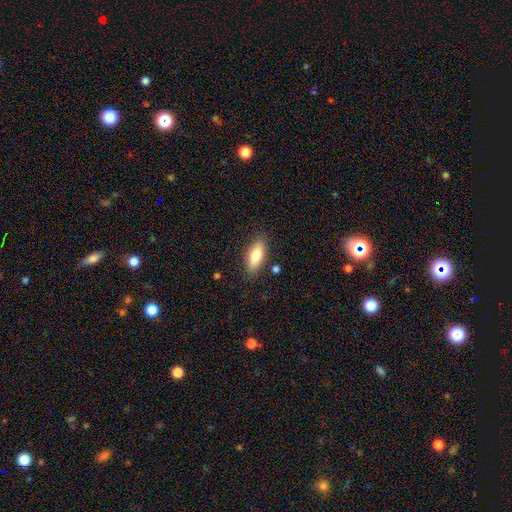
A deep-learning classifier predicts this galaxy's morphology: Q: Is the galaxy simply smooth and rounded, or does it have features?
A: smooth — 79%.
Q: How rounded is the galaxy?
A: in between — 77%.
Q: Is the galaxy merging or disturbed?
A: none — 84%.